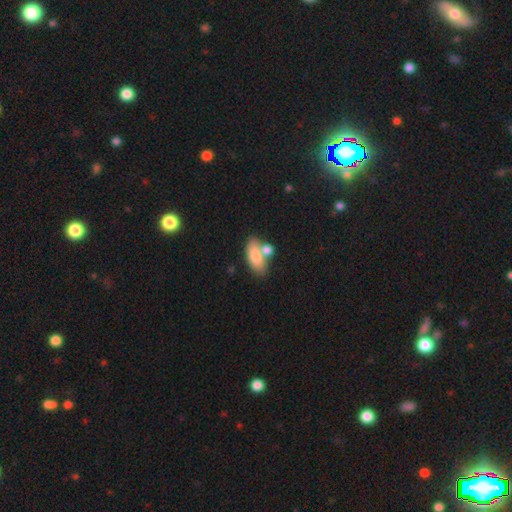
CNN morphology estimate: Smooth or featured? smooth (81%)
How rounded? in between (87%)
Merging? none (50%)